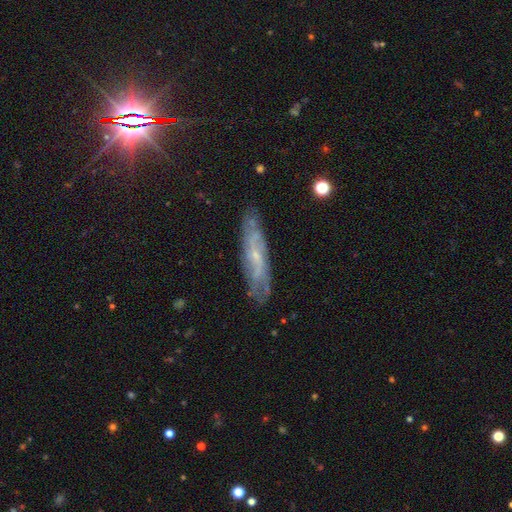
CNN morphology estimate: A featured or disk galaxy (69%). Merging: none (78%).